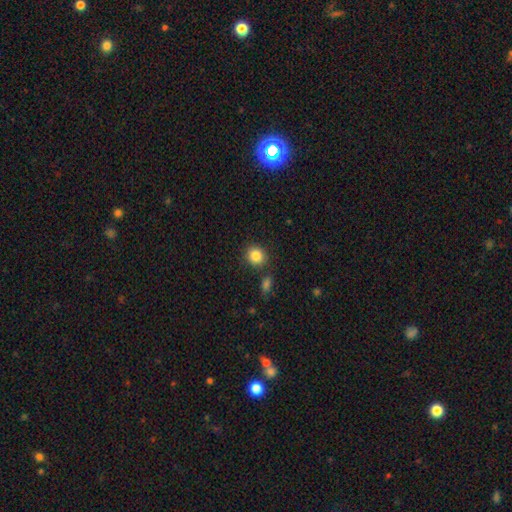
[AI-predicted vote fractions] Smooth or featured: smooth — 85% (star or artifact — 9%)
How rounded: round — 81% (in between — 18%)
Merging: none — 82% (minor disturbance — 9%)